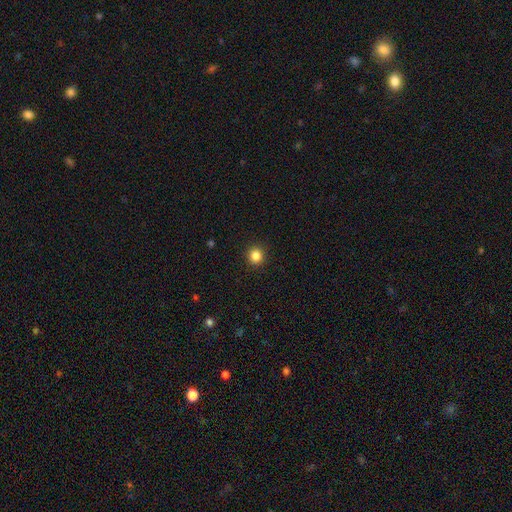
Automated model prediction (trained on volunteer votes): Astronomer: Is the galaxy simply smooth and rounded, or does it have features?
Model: smooth — 85%.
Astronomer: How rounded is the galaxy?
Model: round — 92%.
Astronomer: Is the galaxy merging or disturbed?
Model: none — 93%.